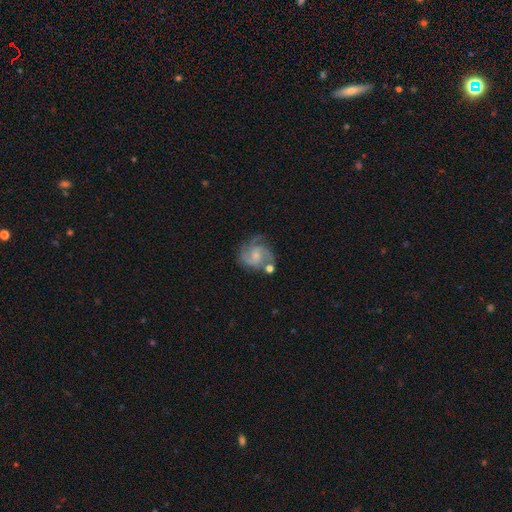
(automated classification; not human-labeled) Smooth or featured?
  - featured or disk: 83% *
  - smooth: 11%
  - star or artifact: 6%
Edge-on disk?
  - no: 98% *
  - yes: 2%
Bar?
  - no: 60% *
  - weak: 35%
  - strong: 5%
Spiral arms?
  - yes: 96% *
  - no: 4%
Spiral winding?
  - medium: 52% *
  - tight: 34%
  - loose: 15%
Spiral arm count?
  - 3: 47% *
  - 2: 26%
  - can't tell: 11%
  - 4: 8%
  - 1: 4%
  - more than 4: 4%
Bulge size?
  - small: 65% *
  - moderate: 25%
  - none: 7%
  - large: 2%
  - dominant: 1%
Merging?
  - none: 62% *
  - minor disturbance: 20%
  - major disturbance: 9%
  - merger: 9%